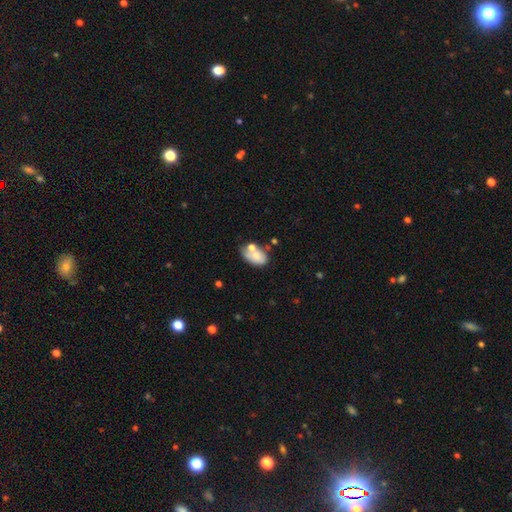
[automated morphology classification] Q: Smooth or featured?
A: smooth (65%); runner-up: featured or disk (27%)
Q: How rounded?
A: in between (88%); runner-up: round (10%)
Q: Merging?
A: none (37%); runner-up: merger (30%)